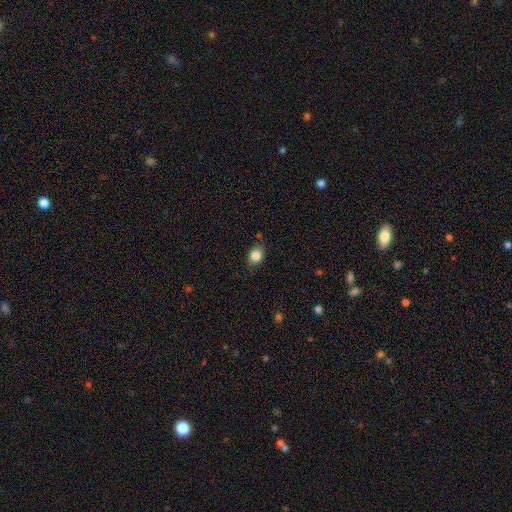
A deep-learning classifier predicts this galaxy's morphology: A smooth galaxy with no disk features (83%) that is in between round and cigar-shaped (66%). Merging: none (77%).